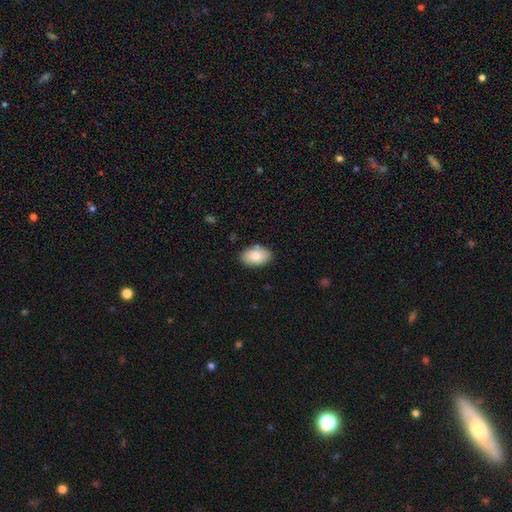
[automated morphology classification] Smooth or featured: smooth — 81% (featured or disk — 12%)
How rounded: in between — 91% (round — 7%)
Merging: none — 85% (minor disturbance — 11%)